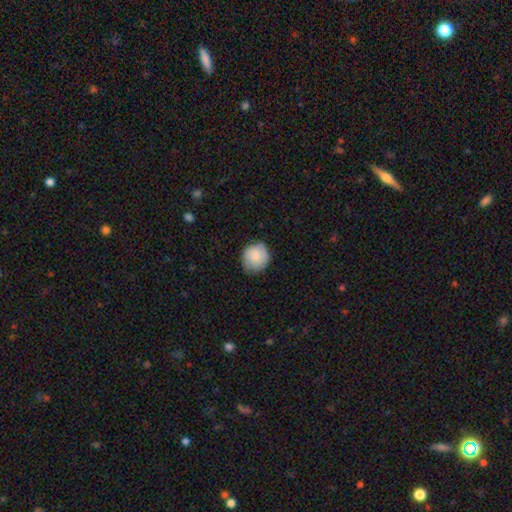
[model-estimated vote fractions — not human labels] This appears to be a smooth galaxy with no disk features (80%) that is round (85%). Merging: none (74%).